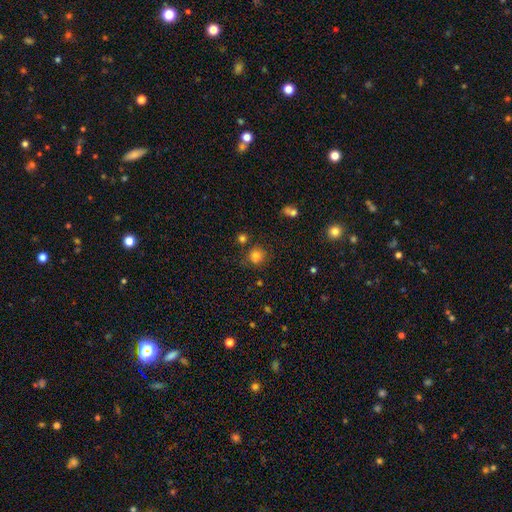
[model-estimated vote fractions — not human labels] smooth 79%, star or artifact 15%, featured or disk 6%. Down the decision tree: how rounded — round (87%); merging — none (74%).